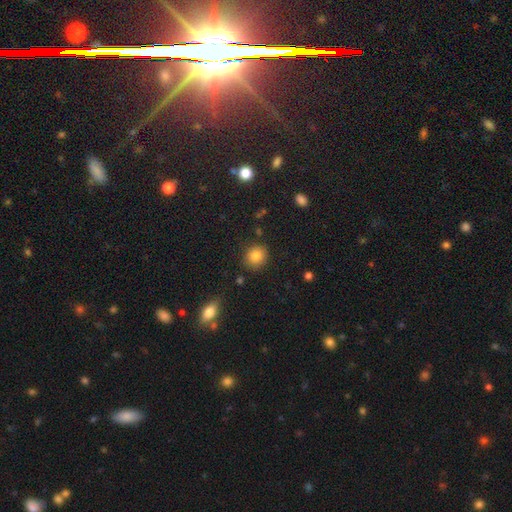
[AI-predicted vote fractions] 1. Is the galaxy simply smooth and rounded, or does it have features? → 83% smooth, 10% star or artifact, 6% featured or disk.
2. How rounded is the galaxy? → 82% round, 17% in between, 1% cigar-shaped.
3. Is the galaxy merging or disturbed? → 85% none, 10% minor disturbance, 3% major disturbance, 2% merger.